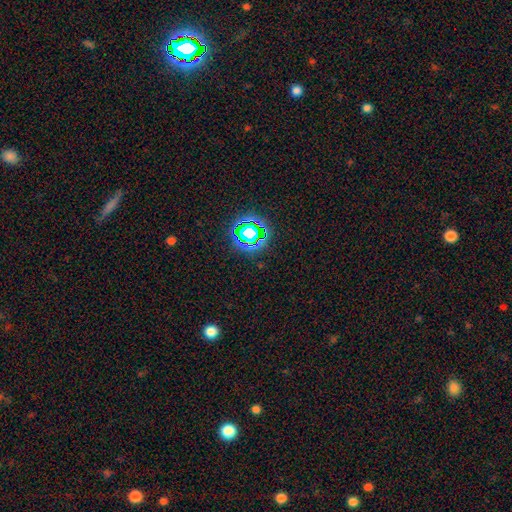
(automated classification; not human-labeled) Smooth or featured: star or artifact — 77% (smooth — 15%)